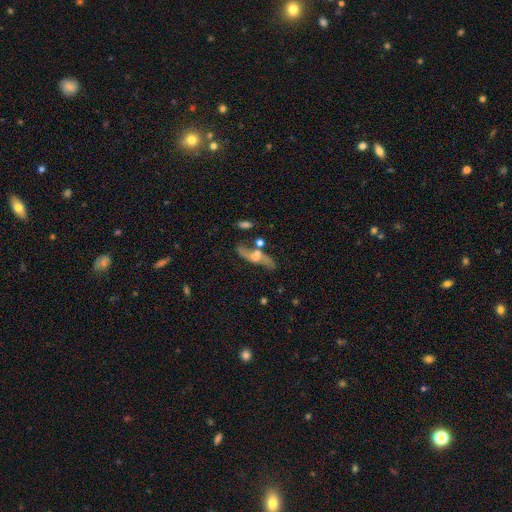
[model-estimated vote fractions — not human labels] smooth_or_featured: featured or disk (p=0.67) [alt: smooth p=0.24]
disk_edge_on: no (p=0.65) [alt: yes p=0.35]
merging: none (p=0.55) [alt: minor disturbance p=0.18]